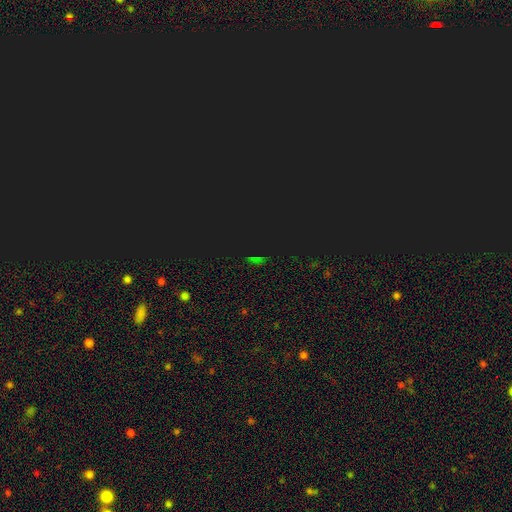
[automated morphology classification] Smooth or featured: star or artifact — 76% (smooth — 17%)